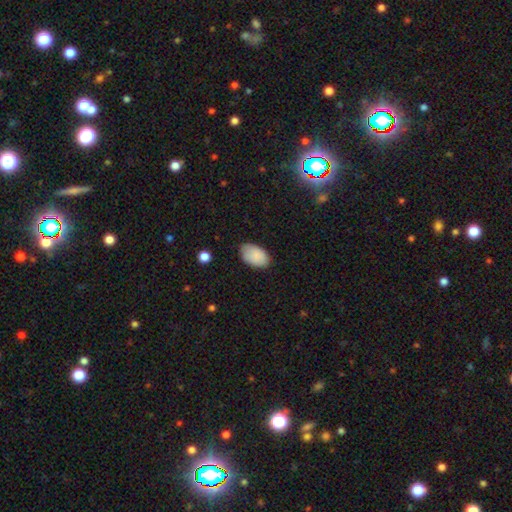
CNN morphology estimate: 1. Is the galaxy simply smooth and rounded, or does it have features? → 87% smooth, 7% star or artifact, 6% featured or disk.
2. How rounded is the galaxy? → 93% in between, 6% round, 1% cigar-shaped.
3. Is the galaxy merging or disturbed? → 76% none, 20% minor disturbance, 3% major disturbance, 1% merger.